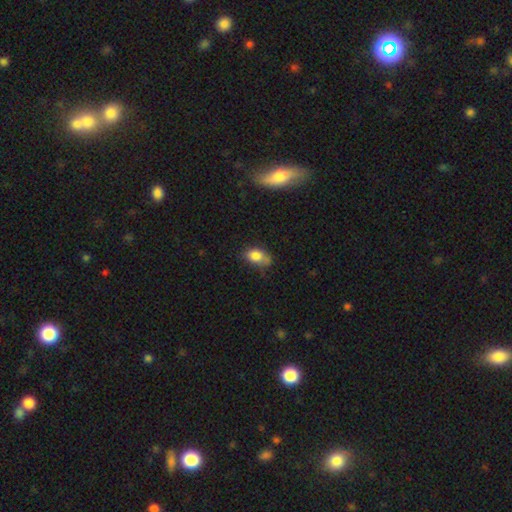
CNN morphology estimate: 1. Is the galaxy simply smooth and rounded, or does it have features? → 80% smooth, 11% featured or disk, 9% star or artifact.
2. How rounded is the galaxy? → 86% in between, 12% round, 2% cigar-shaped.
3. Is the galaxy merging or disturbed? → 48% none, 36% minor disturbance, 11% major disturbance, 5% merger.